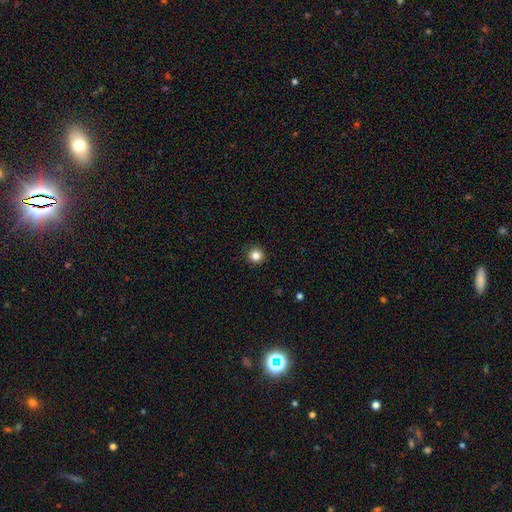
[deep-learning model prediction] Smooth or featured? Predicted: smooth (p=0.84). How rounded? Predicted: round (p=0.96). Merging? Predicted: none (p=0.93).